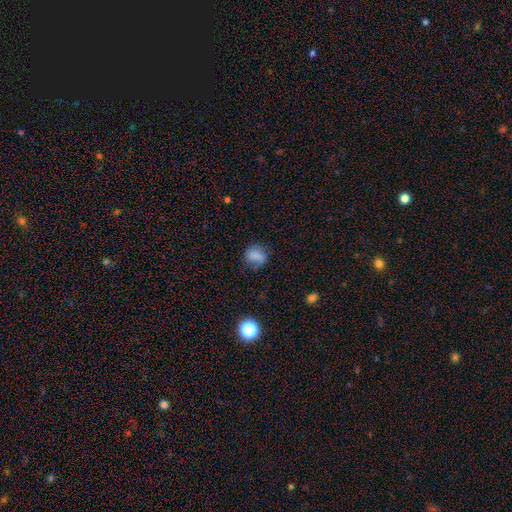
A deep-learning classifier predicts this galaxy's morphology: Q: Smooth or featured?
A: smooth (81%); runner-up: star or artifact (12%)
Q: How rounded?
A: round (61%); runner-up: in between (38%)
Q: Merging?
A: none (65%); runner-up: minor disturbance (24%)